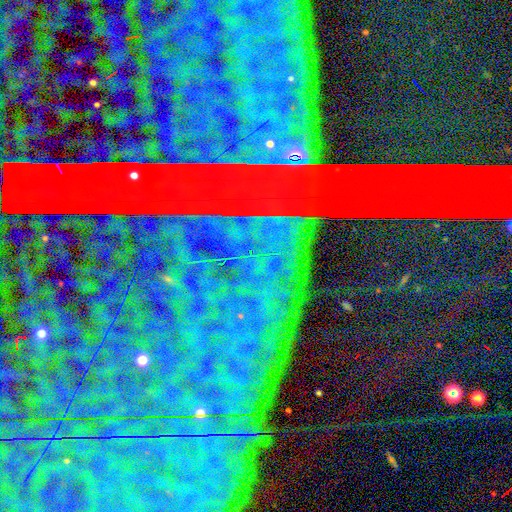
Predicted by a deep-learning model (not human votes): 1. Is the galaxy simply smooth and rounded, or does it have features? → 87% star or artifact, 7% featured or disk, 6% smooth.